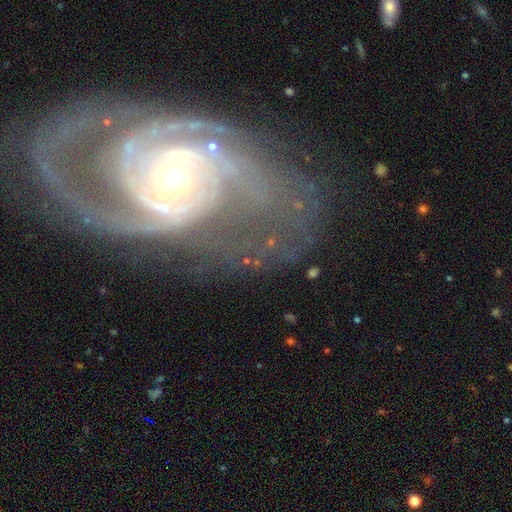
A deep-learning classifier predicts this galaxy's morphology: featured or disk 91%, star or artifact 6%, smooth 4%. Down the decision tree: edge-on disk — no (97%); bar — no (56%); spiral arms — yes (97%); spiral arm count — 2 (43%); spiral winding — tight (55%); bulge size — moderate (57%); merging — none (66%).